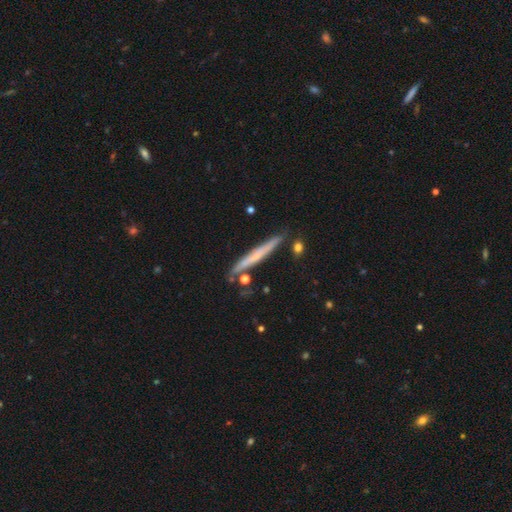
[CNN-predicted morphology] Smooth or featured? Predicted: smooth (p=0.48). Merging? Predicted: none (p=0.84).